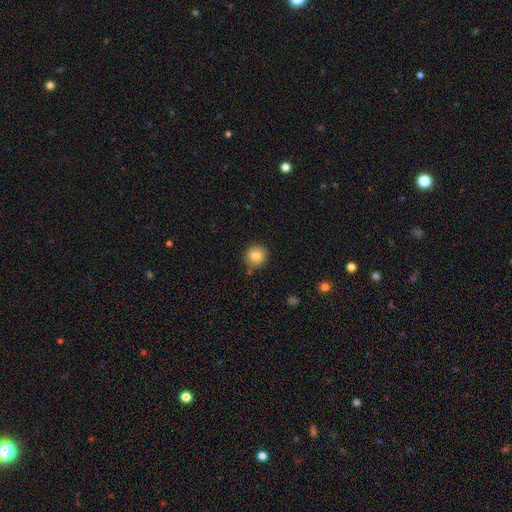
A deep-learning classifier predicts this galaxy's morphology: Smooth or featured? Predicted: smooth (p=0.83). How rounded? Predicted: round (p=0.93). Merging? Predicted: none (p=0.84).